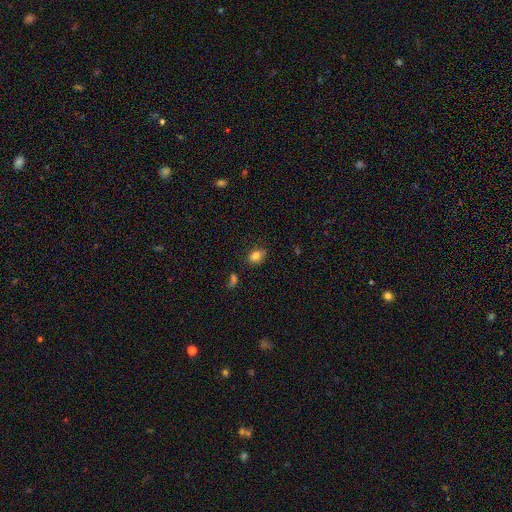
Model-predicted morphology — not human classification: smooth_or_featured: smooth (p=0.83) [alt: star or artifact p=0.10]
how_rounded: in between (p=0.74) [alt: round p=0.25]
merging: none (p=0.75) [alt: minor disturbance p=0.17]